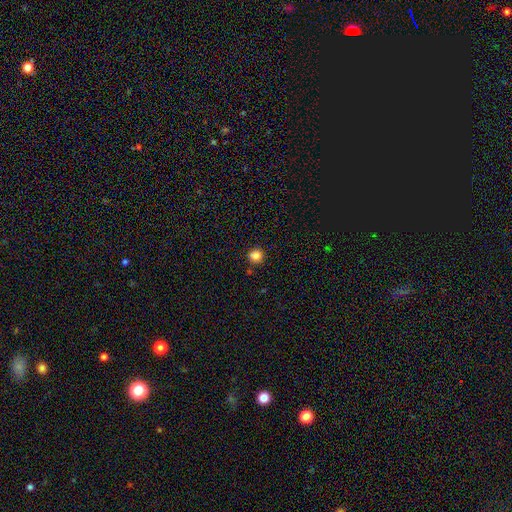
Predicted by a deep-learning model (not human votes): Smooth or featured? Predicted: smooth (p=0.83). How rounded? Predicted: round (p=0.94). Merging? Predicted: none (p=0.86).